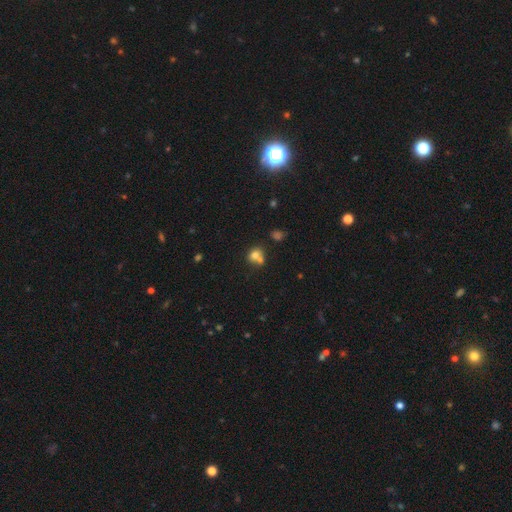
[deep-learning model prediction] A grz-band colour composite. It shows a smooth galaxy with no disk features (74%) that is round (67%). Merging: merger (49%).